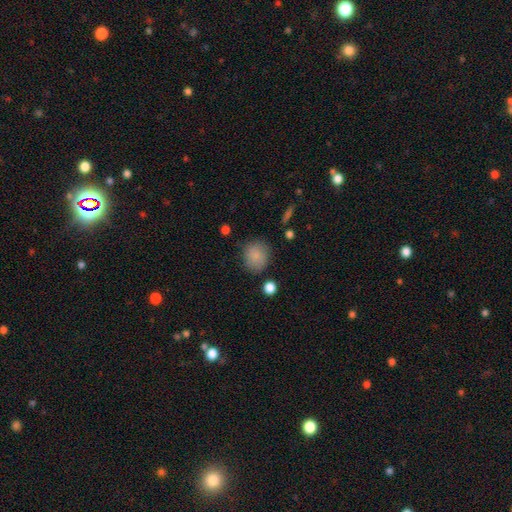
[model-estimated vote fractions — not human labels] The model was most divided on "how rounded": round: 76%, in between: 22%, cigar-shaped: 1%. More confident: smooth or featured — smooth (84%); merging — none (77%).